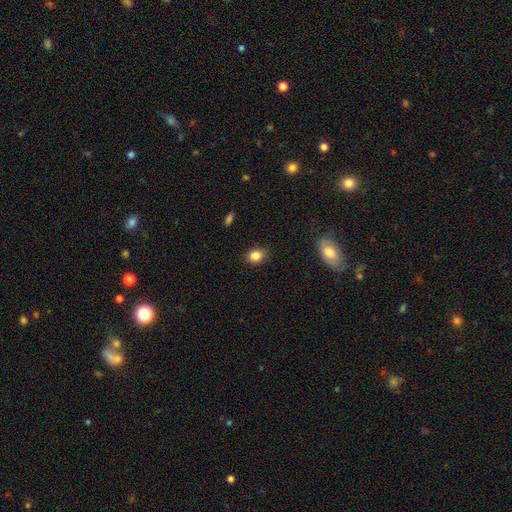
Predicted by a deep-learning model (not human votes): A smooth galaxy with no disk features (84%) that is in between round and cigar-shaped (50%). Merging: none (87%).